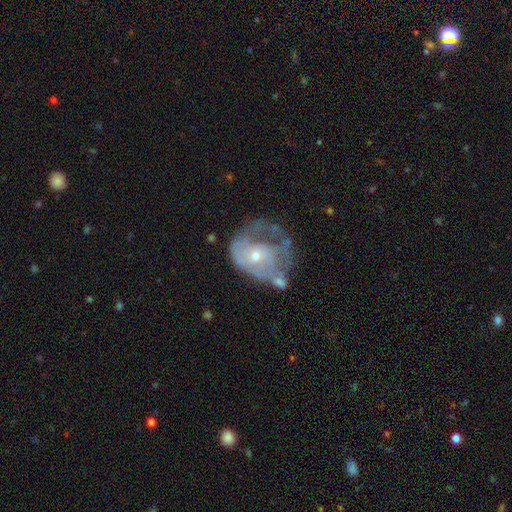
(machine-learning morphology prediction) This appears to be a featured or disk galaxy (70%) with no bar (75%), spiral arms (59%) and a small central bulge (53%). Merging: major disturbance (40%).